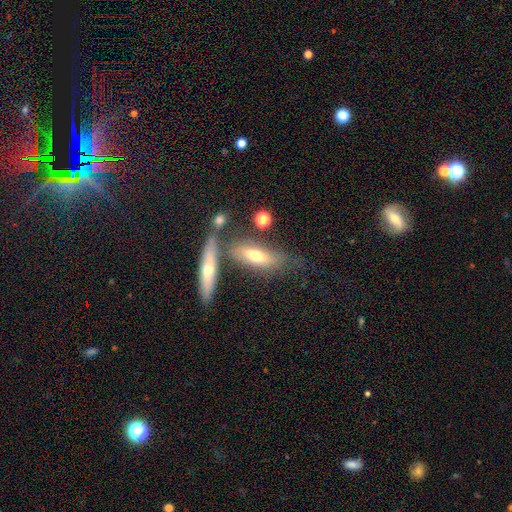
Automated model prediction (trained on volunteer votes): Smooth or featured?
  - smooth: 54% *
  - featured or disk: 38%
  - star or artifact: 8%
How rounded?
  - cigar-shaped: 49% *
  - in between: 47%
  - round: 4%
Merging?
  - none: 54% *
  - merger: 23%
  - minor disturbance: 16%
  - major disturbance: 7%